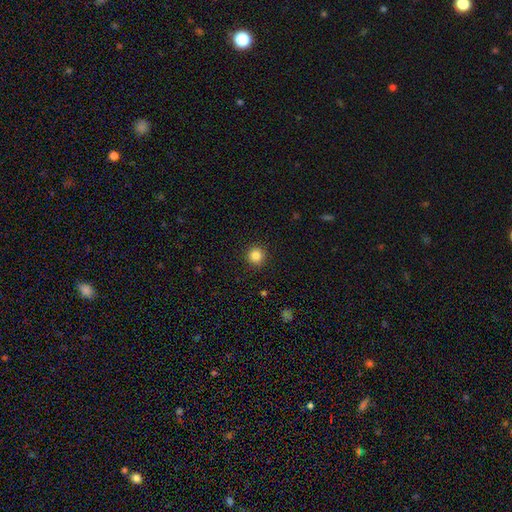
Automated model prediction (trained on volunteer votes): This appears to be a smooth galaxy with no disk features (85%) that is round (95%). Merging: none (92%).